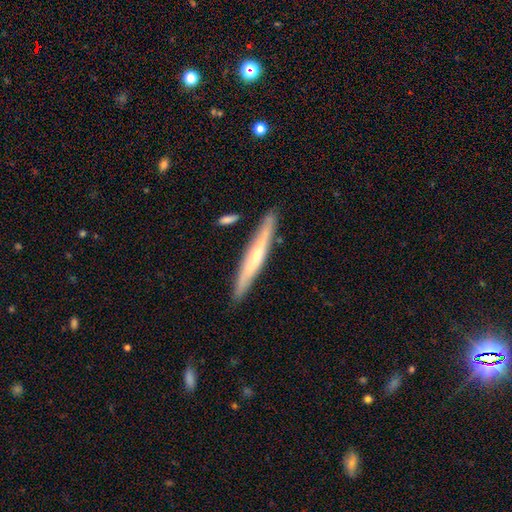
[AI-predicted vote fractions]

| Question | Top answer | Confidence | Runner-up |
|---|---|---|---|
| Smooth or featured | featured or disk | 58% | smooth (36%) |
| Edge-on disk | yes | 92% | no (8%) |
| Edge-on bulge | rounded | 62% | none (33%) |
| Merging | none | 86% | minor disturbance (10%) |